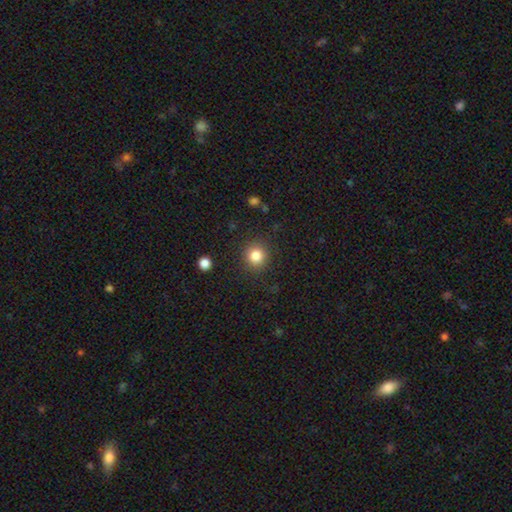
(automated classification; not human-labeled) Smooth or featured? Predicted: smooth (p=0.83). How rounded? Predicted: round (p=0.91). Merging? Predicted: none (p=0.88).